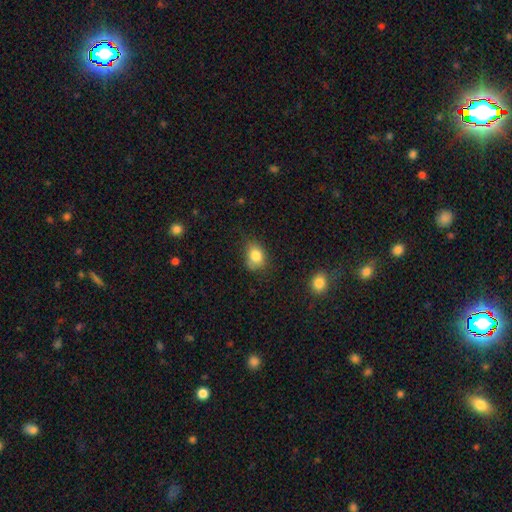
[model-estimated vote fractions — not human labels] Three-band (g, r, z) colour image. It shows a smooth galaxy with no disk features (82%) that is in between round and cigar-shaped (56%). Merging: none (61%).